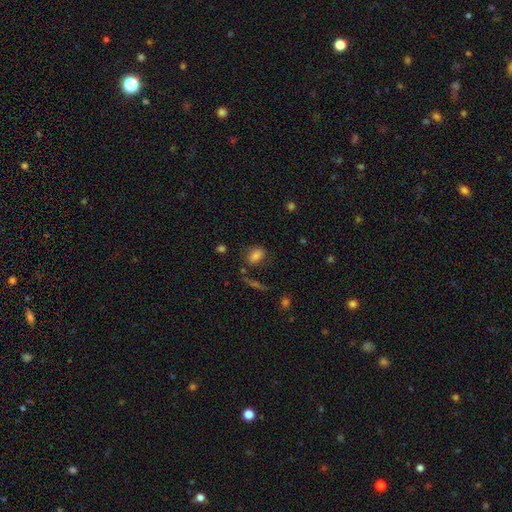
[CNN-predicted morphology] A smooth galaxy with no disk features (77%) that is in between round and cigar-shaped (80%). Merging: none (65%).